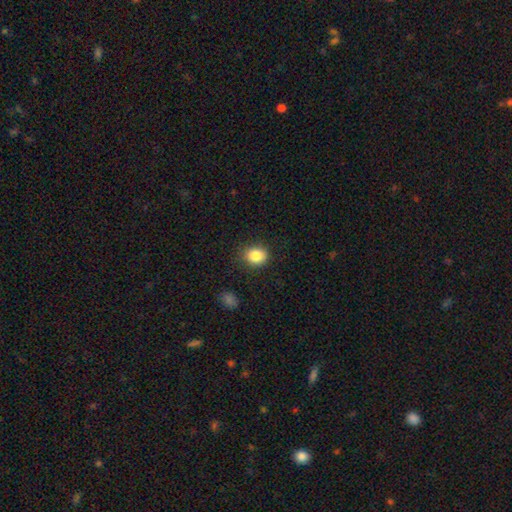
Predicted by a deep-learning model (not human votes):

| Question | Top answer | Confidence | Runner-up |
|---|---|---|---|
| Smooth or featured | smooth | 85% | star or artifact (10%) |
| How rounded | round | 63% | in between (36%) |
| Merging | none | 83% | minor disturbance (12%) |